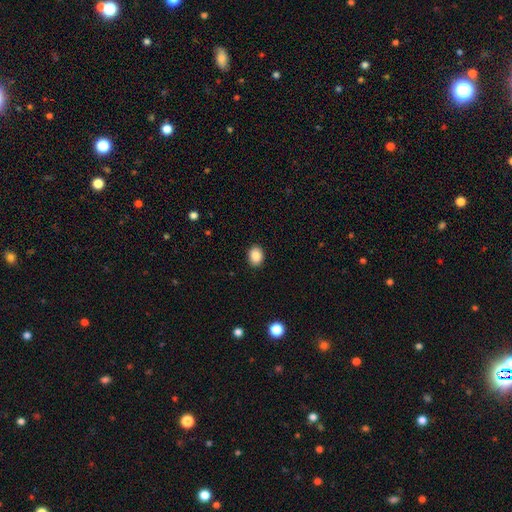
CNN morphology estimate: smooth 89%, star or artifact 8%, featured or disk 3%. Down the decision tree: how rounded — in between (59%); merging — none (90%).